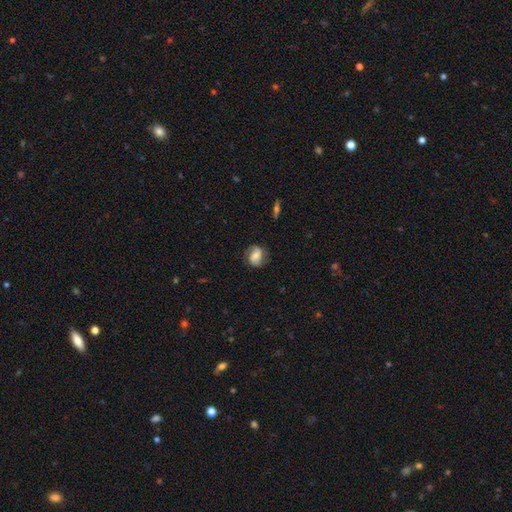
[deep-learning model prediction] smooth-or-featured: featured or disk: 60% | smooth: 32% | star or artifact: 8%
  disk-edge-on: no: 97% | yes: 3%
    bar: no: 46% | weak: 38% | strong: 17%
    has-spiral-arms: yes: 90% | no: 10%
      spiral-winding: medium: 44% | tight: 29% | loose: 28%
      spiral-arm-count: 2: 86% | can't tell: 6% | 1: 4% | 3: 1% | 4: 1% | more than 4: 1%
    bulge-size: moderate: 55% | small: 29% | large: 10% | none: 4% | dominant: 2%
  merging: none: 77% | minor disturbance: 16% | major disturbance: 6% | merger: 1%